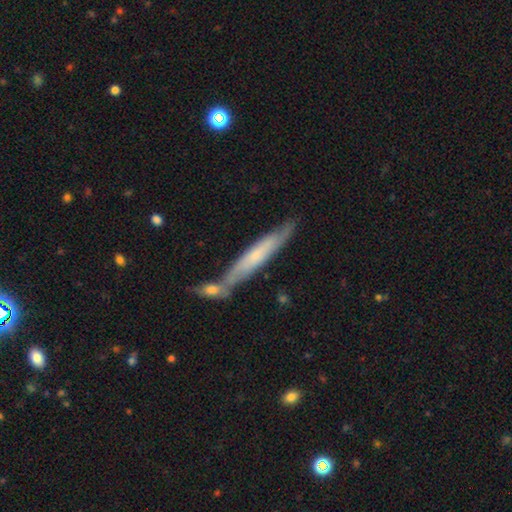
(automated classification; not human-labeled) Q: Smooth or featured?
A: featured or disk (47%); tied with: smooth (47%)
Q: Merging?
A: none (60%); runner-up: merger (22%)